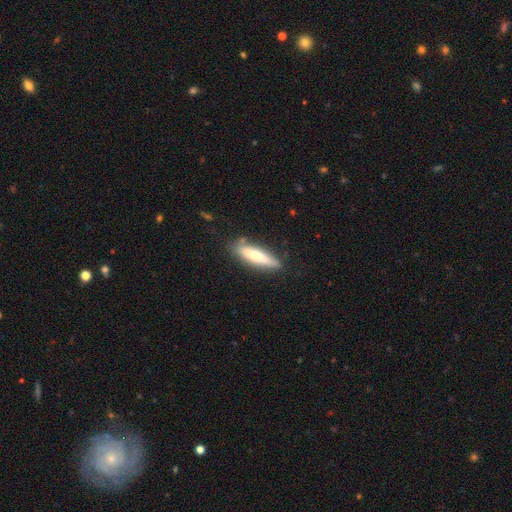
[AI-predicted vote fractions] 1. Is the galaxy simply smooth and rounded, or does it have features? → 62% smooth, 32% featured or disk, 6% star or artifact.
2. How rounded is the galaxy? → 74% cigar-shaped, 24% in between, 2% round.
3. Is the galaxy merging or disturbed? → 80% none, 14% minor disturbance, 3% major disturbance, 3% merger.